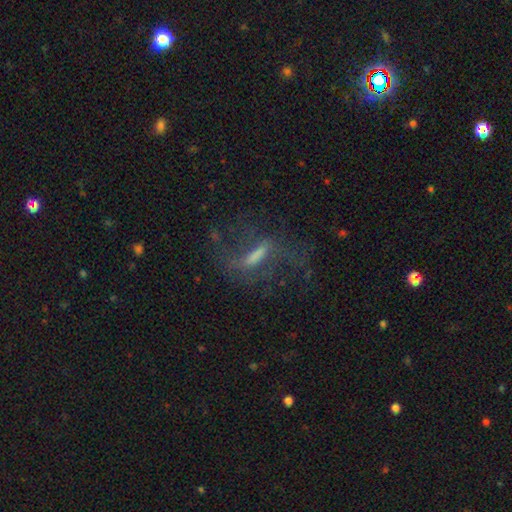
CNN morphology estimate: Smooth or featured?
  - featured or disk: 58% *
  - smooth: 28%
  - star or artifact: 14%
Edge-on disk?
  - no: 77% *
  - yes: 23%
Merging?
  - none: 50% *
  - major disturbance: 30%
  - minor disturbance: 17%
  - merger: 3%